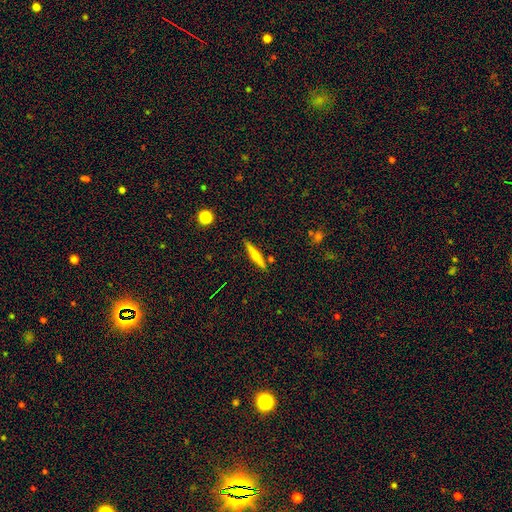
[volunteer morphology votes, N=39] Volunteers were most divided on "smooth or featured": smooth: 51%, featured or disk: 44%, star or artifact: 5%. More confident: merging — none (92%); how rounded — cigar-shaped (90%).